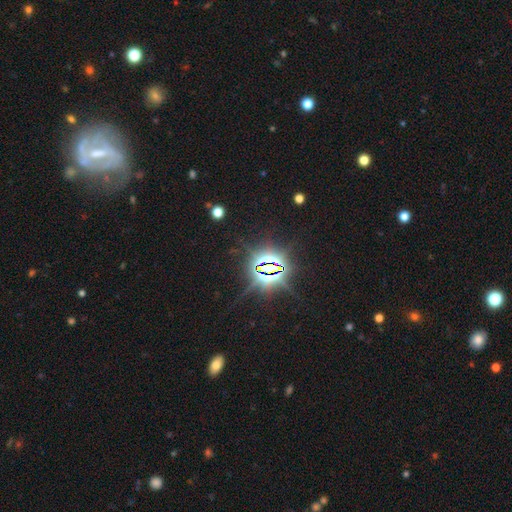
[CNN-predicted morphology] A star or artifact, not a galaxy (85%).